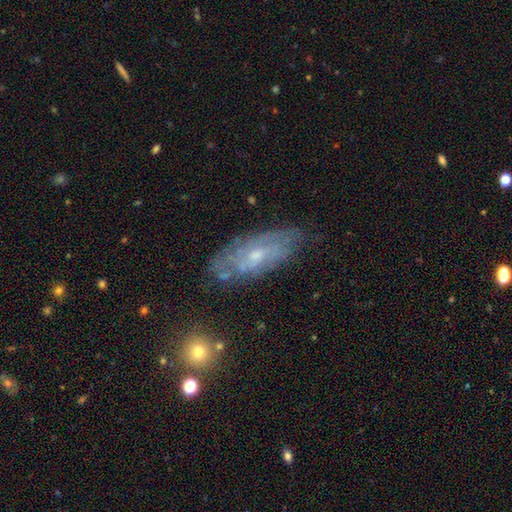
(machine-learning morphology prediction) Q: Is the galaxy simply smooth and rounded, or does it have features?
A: featured or disk — 66%.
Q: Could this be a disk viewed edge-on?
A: no — 86%.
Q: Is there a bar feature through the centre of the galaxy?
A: no — 66%.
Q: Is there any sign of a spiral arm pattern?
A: yes — 70%.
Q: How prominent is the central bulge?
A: small — 55%.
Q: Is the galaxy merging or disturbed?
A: none — 70%.